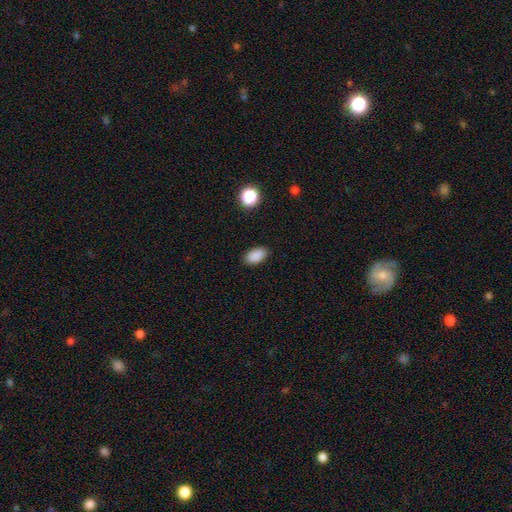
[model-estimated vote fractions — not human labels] Smooth or featured?
  - smooth: 88% *
  - star or artifact: 9%
  - featured or disk: 3%
How rounded?
  - in between: 92% *
  - round: 6%
  - cigar-shaped: 2%
Merging?
  - none: 88% *
  - minor disturbance: 9%
  - major disturbance: 2%
  - merger: 1%